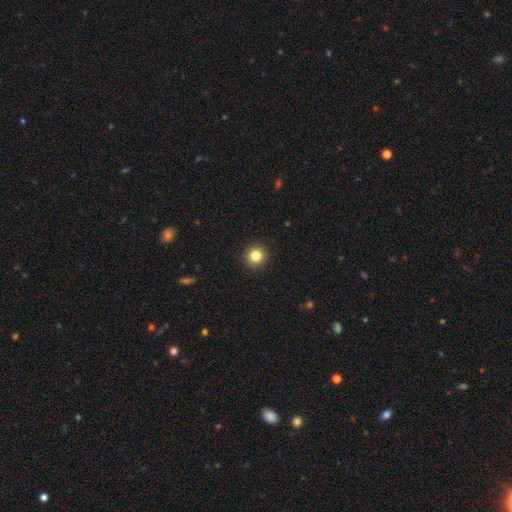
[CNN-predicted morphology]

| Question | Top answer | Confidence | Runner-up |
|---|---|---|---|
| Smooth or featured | smooth | 83% | star or artifact (11%) |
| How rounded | round | 94% | in between (5%) |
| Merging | none | 93% | minor disturbance (5%) |